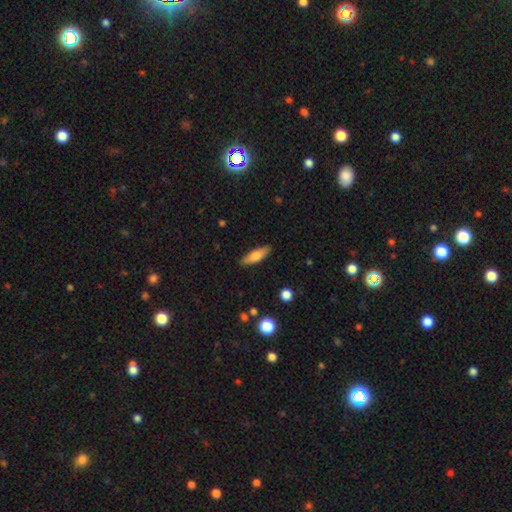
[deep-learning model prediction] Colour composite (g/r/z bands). It shows a smooth galaxy with no disk features (67%) that is cigar-shaped (53%). Merging: none (87%).